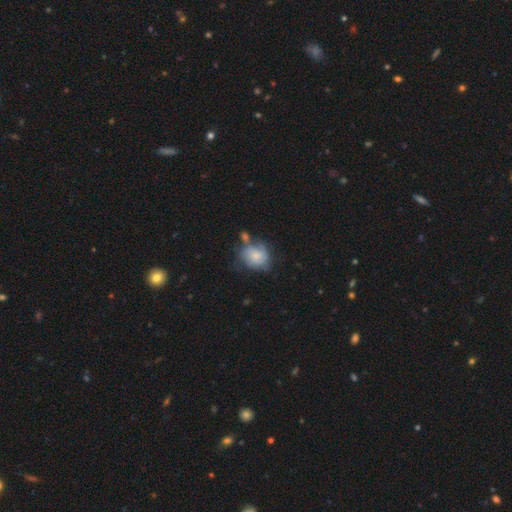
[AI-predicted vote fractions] Q: Smooth or featured?
A: smooth (65%); runner-up: featured or disk (27%)
Q: How rounded?
A: round (64%); runner-up: in between (35%)
Q: Merging?
A: none (40%); runner-up: minor disturbance (27%)